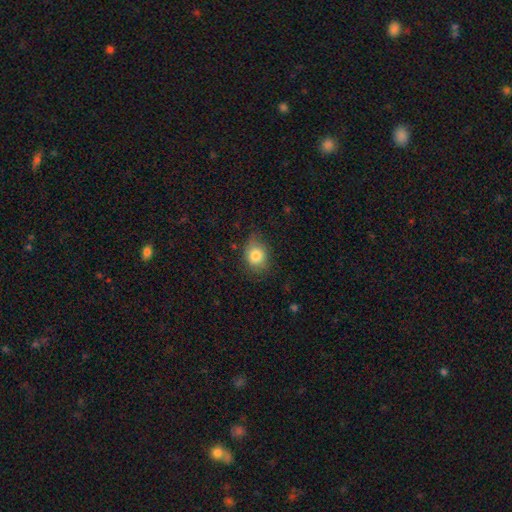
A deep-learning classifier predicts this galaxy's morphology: Smooth or featured?
  - smooth: 81% *
  - featured or disk: 10%
  - star or artifact: 9%
How rounded?
  - in between: 51% *
  - round: 48%
  - cigar-shaped: 1%
Merging?
  - none: 67% *
  - minor disturbance: 26%
  - major disturbance: 6%
  - merger: 1%